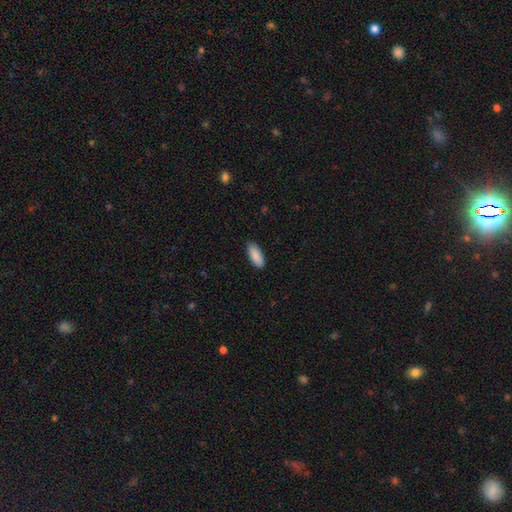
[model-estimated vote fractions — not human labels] The model was most divided on "how rounded": in between: 85%, cigar-shaped: 14%, round: 2%. More confident: smooth or featured — smooth (90%); merging — none (88%).